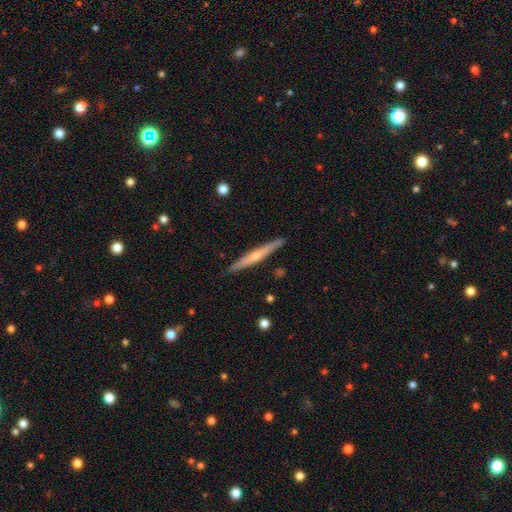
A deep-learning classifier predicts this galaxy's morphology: Smooth or featured: featured or disk — 64% (smooth — 30%)
Edge-on disk: yes — 97% (no — 3%)
Edge-on bulge: rounded — 76% (none — 21%)
Merging: none — 90% (minor disturbance — 7%)